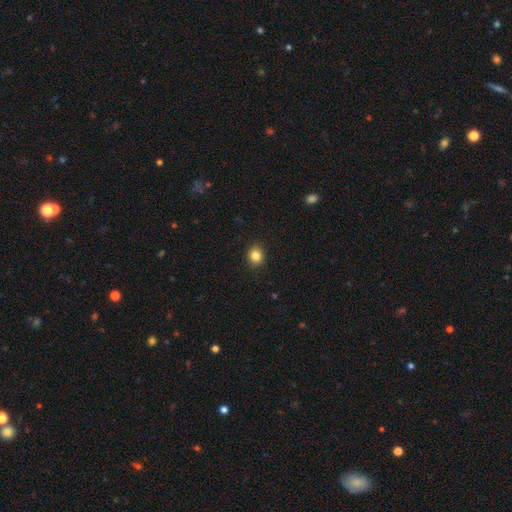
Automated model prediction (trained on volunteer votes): Smooth or featured?
  - smooth: 84% *
  - star or artifact: 11%
  - featured or disk: 5%
How rounded?
  - round: 78% *
  - in between: 21%
  - cigar-shaped: 1%
Merging?
  - none: 91% *
  - minor disturbance: 6%
  - major disturbance: 2%
  - merger: 1%